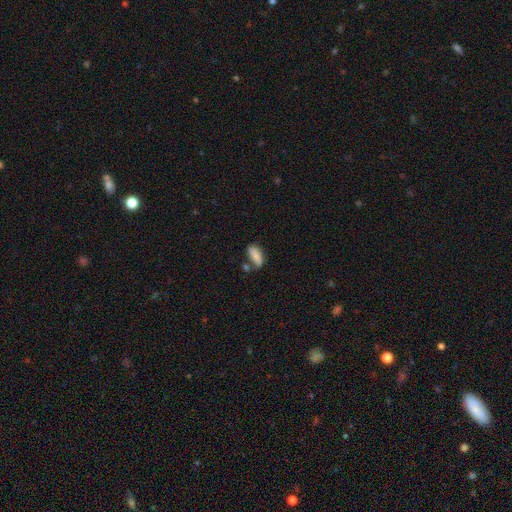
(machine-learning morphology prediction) This appears to be a smooth galaxy with no disk features (79%) that is in between round and cigar-shaped (80%). Merging: none (54%).